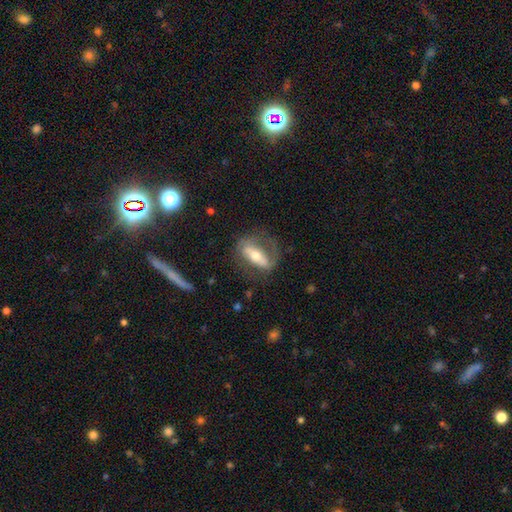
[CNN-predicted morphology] Smooth or featured? featured or disk (61%)
Edge-on disk? no (76%)
Merging? none (59%)